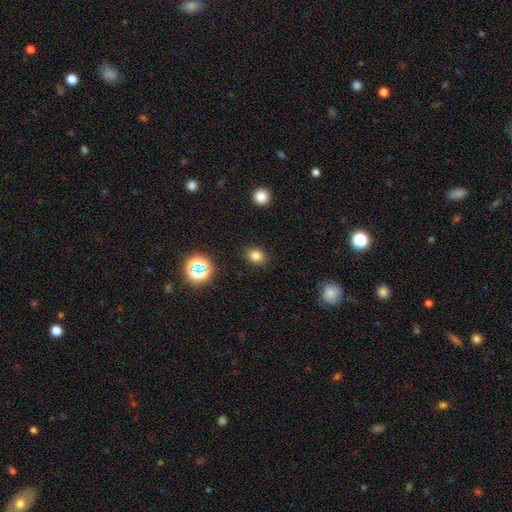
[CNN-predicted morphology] This appears to be a smooth galaxy with no disk features (78%) that is round (55%). Merging: none (87%).